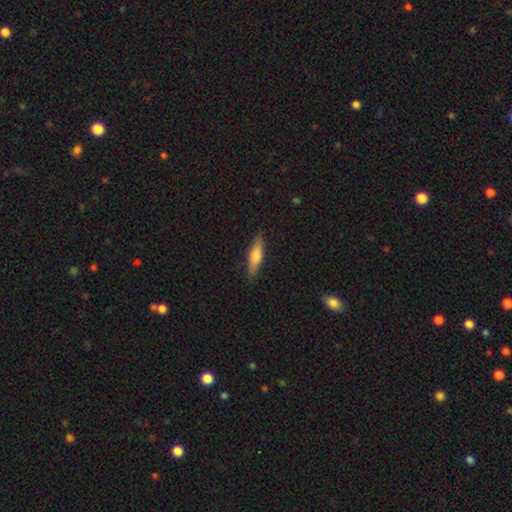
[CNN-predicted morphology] type=smooth (63%); roundness=cigar-shaped (69%); merging=none (86%).